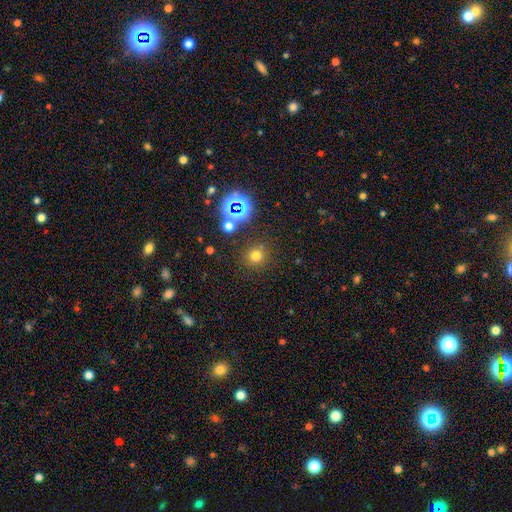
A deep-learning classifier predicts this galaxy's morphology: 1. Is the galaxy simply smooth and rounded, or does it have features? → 69% smooth, 24% star or artifact, 7% featured or disk.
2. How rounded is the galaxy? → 92% round, 7% in between, 1% cigar-shaped.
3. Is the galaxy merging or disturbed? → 85% none, 7% minor disturbance, 5% merger, 3% major disturbance.